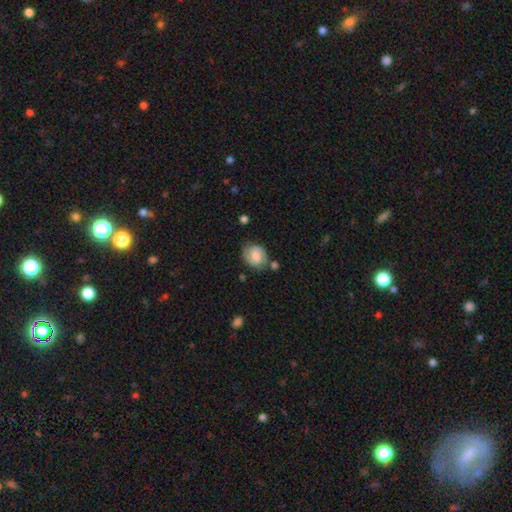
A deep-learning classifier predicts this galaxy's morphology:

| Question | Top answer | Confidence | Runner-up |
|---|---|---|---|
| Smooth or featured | featured or disk | 46% | tied: smooth (46%) |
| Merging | none | 66% | minor disturbance (20%) |